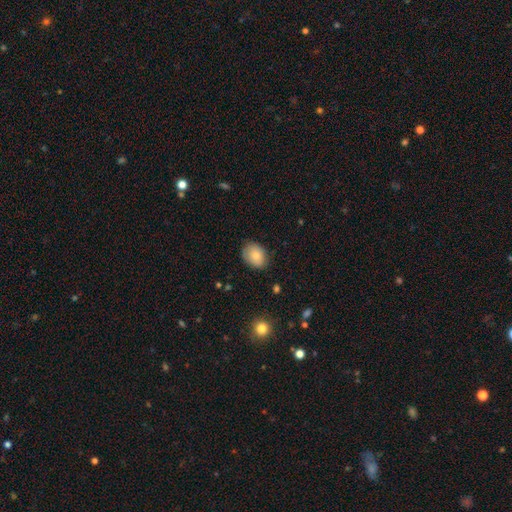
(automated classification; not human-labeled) smooth_or_featured: smooth (p=0.78) [alt: featured or disk p=0.15]
how_rounded: in between (p=0.67) [alt: round p=0.32]
merging: none (p=0.78) [alt: minor disturbance p=0.18]